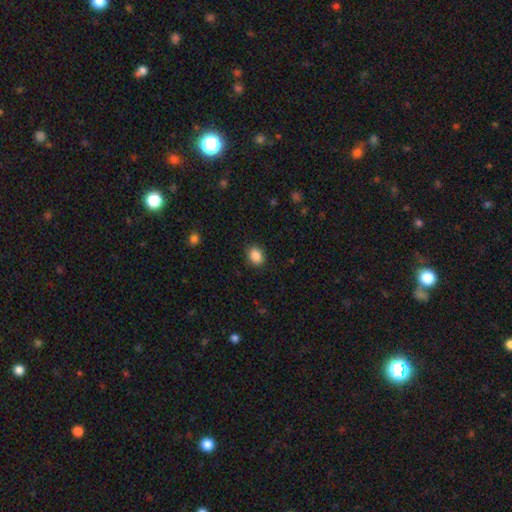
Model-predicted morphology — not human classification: Smooth or featured? smooth (88%)
How rounded? in between (60%)
Merging? none (88%)